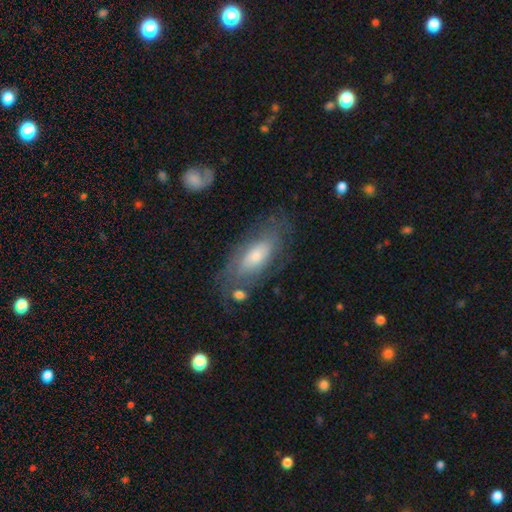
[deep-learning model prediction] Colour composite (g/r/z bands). It shows a featured or disk galaxy (49%). Merging: none (66%).